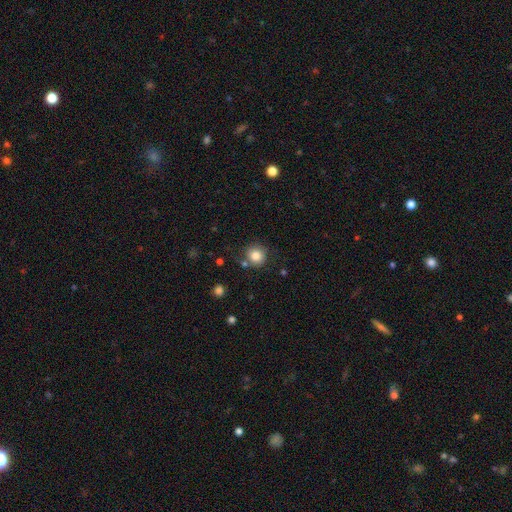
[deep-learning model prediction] Q: Smooth or featured?
A: smooth (83%); runner-up: star or artifact (10%)
Q: How rounded?
A: round (90%); runner-up: in between (9%)
Q: Merging?
A: none (76%); runner-up: minor disturbance (13%)